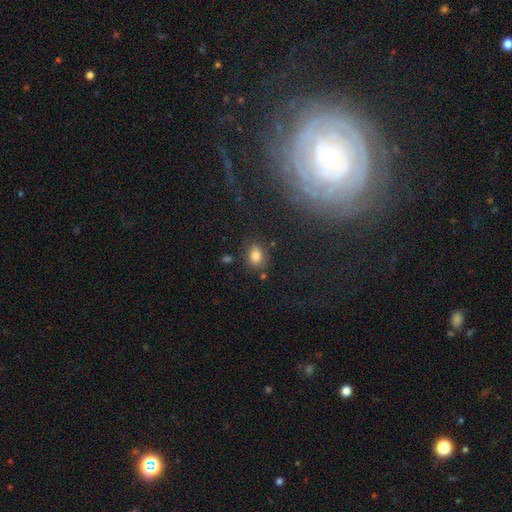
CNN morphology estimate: smooth_or_featured: smooth (p=0.81) [alt: star or artifact p=0.12]
how_rounded: in between (p=0.67) [alt: round p=0.32]
merging: none (p=0.77) [alt: minor disturbance p=0.14]